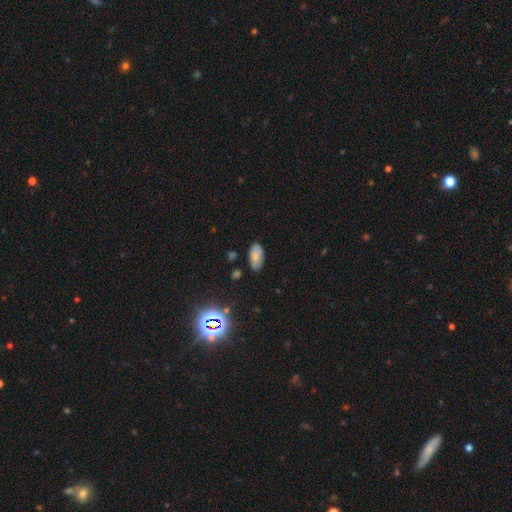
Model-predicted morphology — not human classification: Smooth or featured? smooth (75%)
How rounded? in between (94%)
Merging? none (81%)